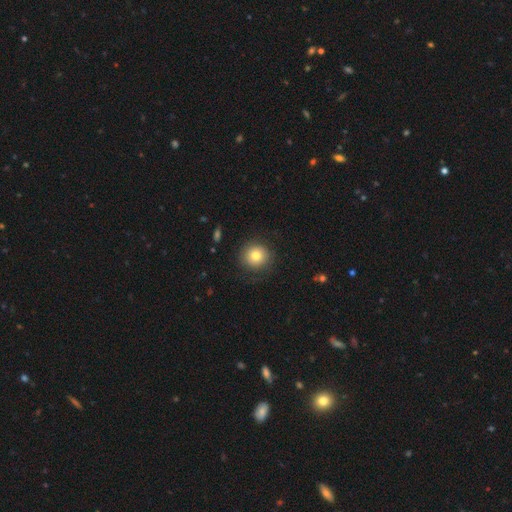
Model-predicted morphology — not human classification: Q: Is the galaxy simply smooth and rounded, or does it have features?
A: smooth — 78%.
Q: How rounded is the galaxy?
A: round — 91%.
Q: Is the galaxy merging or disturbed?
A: none — 85%.